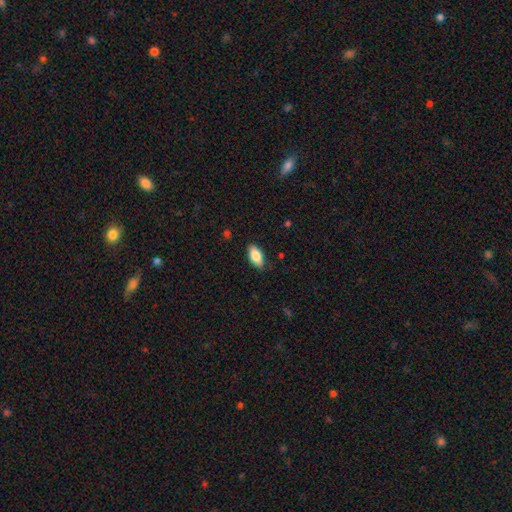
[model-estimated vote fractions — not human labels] Smooth or featured?
  - smooth: 82% *
  - featured or disk: 11%
  - star or artifact: 7%
How rounded?
  - in between: 89% *
  - cigar-shaped: 9%
  - round: 2%
Merging?
  - none: 84% *
  - minor disturbance: 13%
  - major disturbance: 2%
  - merger: 1%